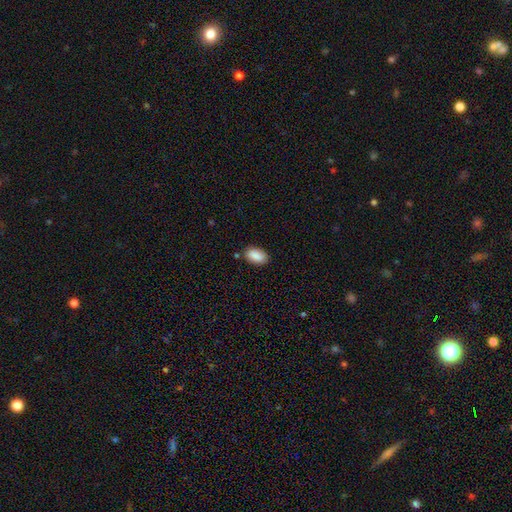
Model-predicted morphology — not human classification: Q: Smooth or featured?
A: smooth (89%); runner-up: star or artifact (7%)
Q: How rounded?
A: in between (93%); runner-up: round (5%)
Q: Merging?
A: none (83%); runner-up: minor disturbance (12%)